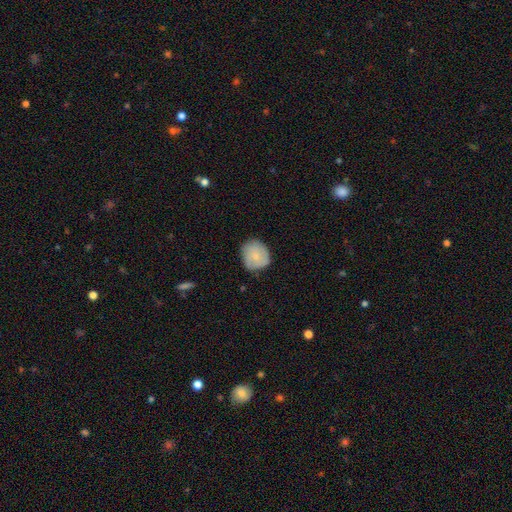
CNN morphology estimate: Smooth or featured? smooth (72%)
How rounded? round (77%)
Merging? none (70%)